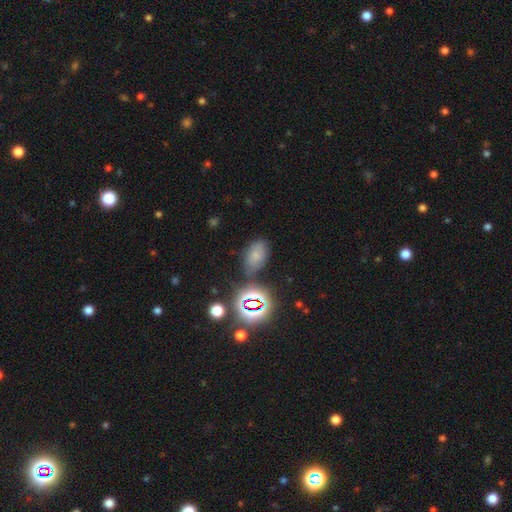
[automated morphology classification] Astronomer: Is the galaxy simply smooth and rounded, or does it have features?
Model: smooth — 61%.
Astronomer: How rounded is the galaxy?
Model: in between — 86%.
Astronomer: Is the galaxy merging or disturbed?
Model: none — 70%.